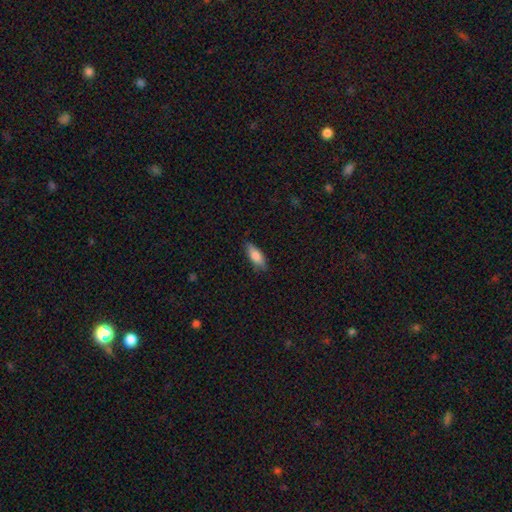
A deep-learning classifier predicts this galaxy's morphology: type=smooth (82%); roundness=in between (73%); merging=none (82%).